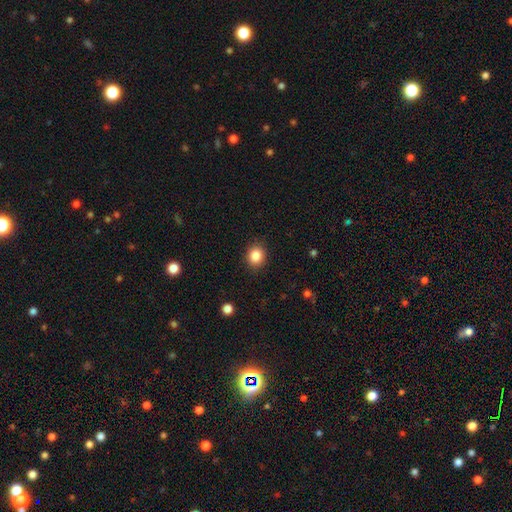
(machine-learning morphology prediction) Q: Smooth or featured?
A: smooth (86%); runner-up: star or artifact (10%)
Q: How rounded?
A: round (73%); runner-up: in between (26%)
Q: Merging?
A: none (89%); runner-up: minor disturbance (7%)